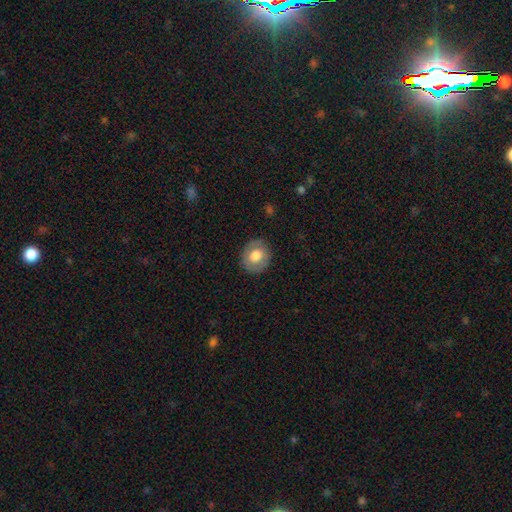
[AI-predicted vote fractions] The model was most divided on "how rounded": round: 71%, in between: 28%, cigar-shaped: 1%. More confident: merging — none (85%); smooth or featured — smooth (69%).